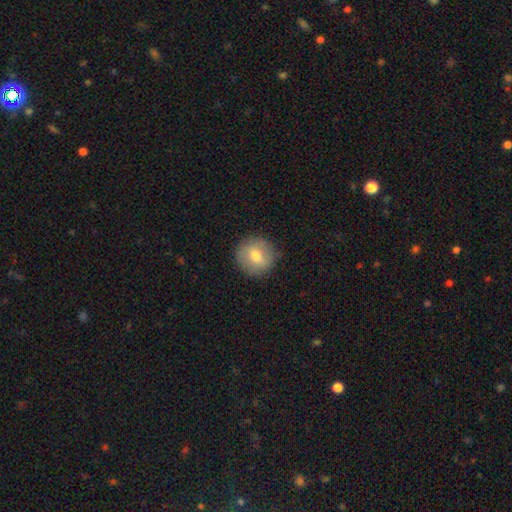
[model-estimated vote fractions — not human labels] Smooth or featured: smooth — 70% (featured or disk — 22%)
How rounded: round — 90% (in between — 9%)
Merging: none — 84% (minor disturbance — 12%)